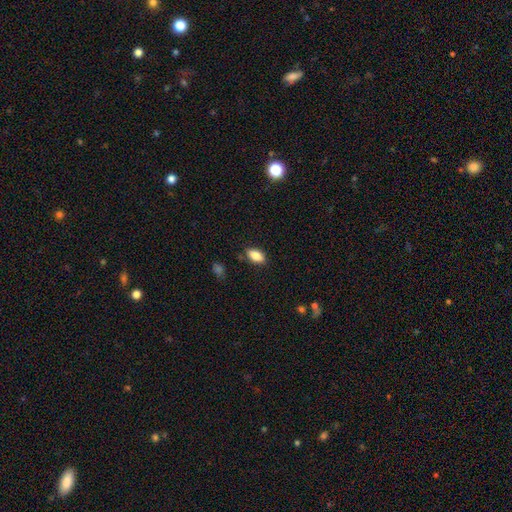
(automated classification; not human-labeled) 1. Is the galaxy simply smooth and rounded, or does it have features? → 86% smooth, 8% star or artifact, 7% featured or disk.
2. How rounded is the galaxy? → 91% in between, 5% cigar-shaped, 4% round.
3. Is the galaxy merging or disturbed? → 82% none, 13% minor disturbance, 3% major disturbance, 2% merger.